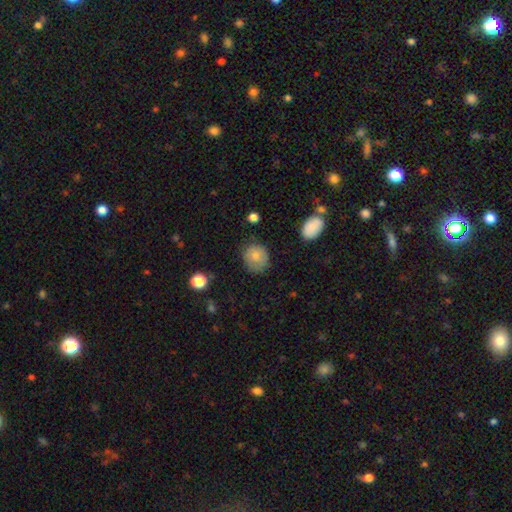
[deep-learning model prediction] Smooth or featured? Predicted: smooth (p=0.78). How rounded? Predicted: round (p=0.78). Merging? Predicted: none (p=0.69).